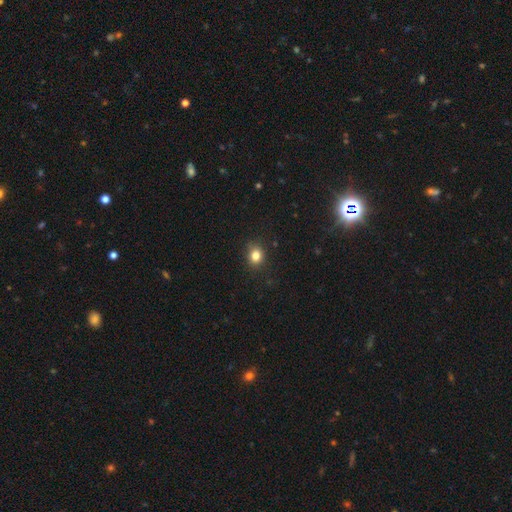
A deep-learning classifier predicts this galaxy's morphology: The model was most divided on "how rounded": round: 67%, in between: 32%, cigar-shaped: 1%. More confident: merging — none (85%); smooth or featured — smooth (82%).